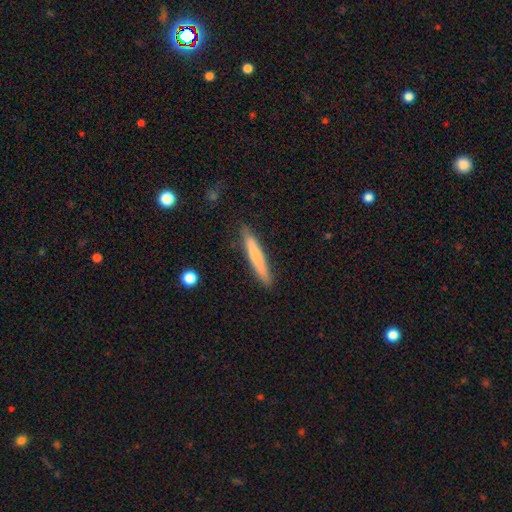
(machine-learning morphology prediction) smooth 68%, featured or disk 26%, star or artifact 6%. Down the decision tree: how rounded — cigar-shaped (95%); merging — none (87%).